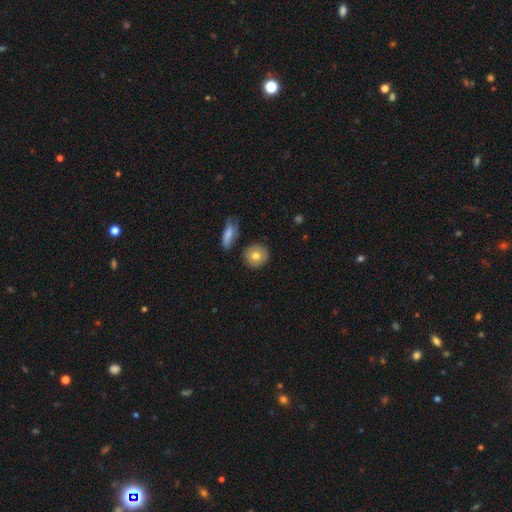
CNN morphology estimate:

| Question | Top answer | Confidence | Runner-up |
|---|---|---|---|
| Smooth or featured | smooth | 74% | featured or disk (19%) |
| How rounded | round | 82% | in between (16%) |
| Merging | none | 82% | minor disturbance (11%) |